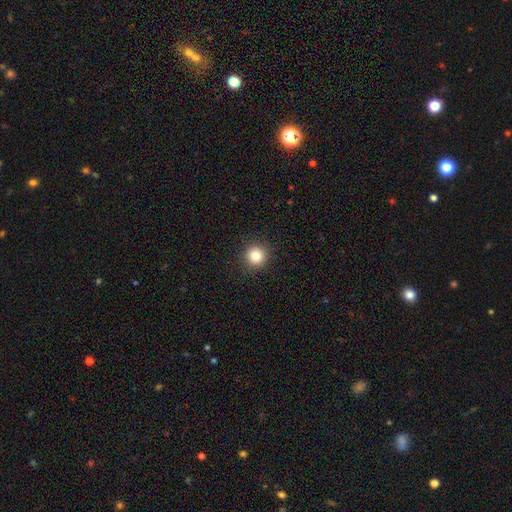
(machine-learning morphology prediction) A smooth galaxy with no disk features (83%) that is round (95%). Merging: none (92%).